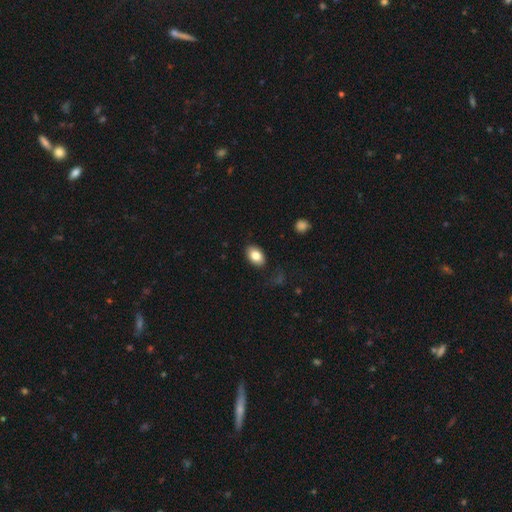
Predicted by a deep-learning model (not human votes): A smooth galaxy with no disk features (82%) that is in between round and cigar-shaped (86%).

Vote fractions:
- Smooth or featured? smooth: 82% / featured or disk: 10% / star or artifact: 8%
- How rounded? in between: 86% / round: 13% / cigar-shaped: 1%
- Merging? none: 84% / minor disturbance: 11% / major disturbance: 3% / merger: 1%